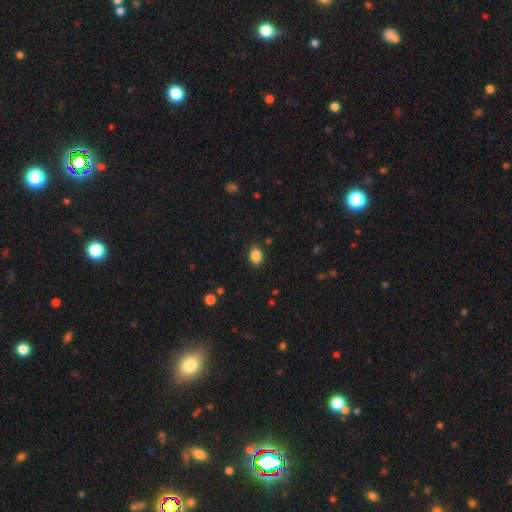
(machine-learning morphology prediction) A smooth galaxy with no disk features (87%) that is in between round and cigar-shaped (75%). Merging: none (86%).